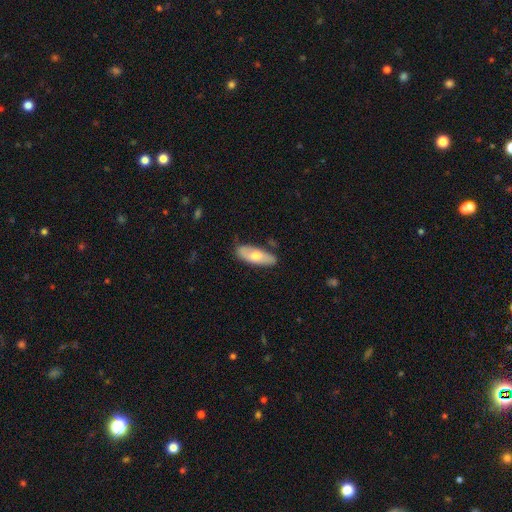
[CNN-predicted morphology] This appears to be a smooth galaxy with no disk features (63%) that is in between round and cigar-shaped (71%). Merging: none (76%).